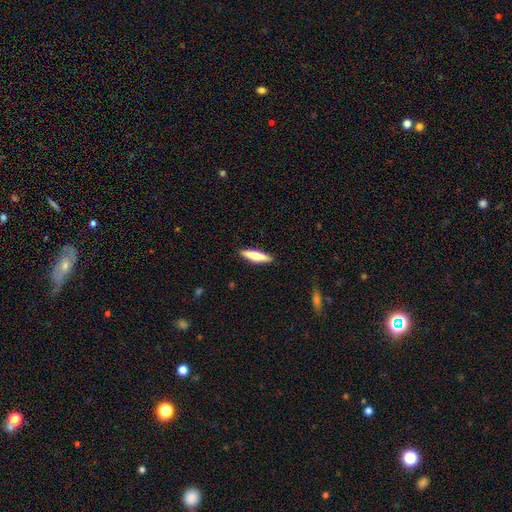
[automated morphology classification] Smooth or featured? Predicted: smooth (p=0.72). How rounded? Predicted: cigar-shaped (p=0.76). Merging? Predicted: none (p=0.90).